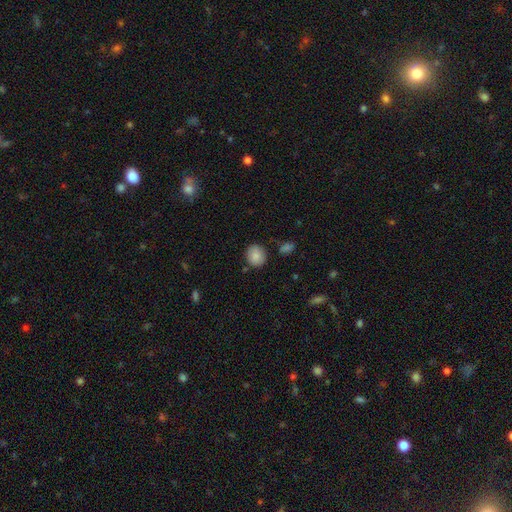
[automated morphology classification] Overall: smooth (86%). How rounded: round (77%). Merging: none (81%).